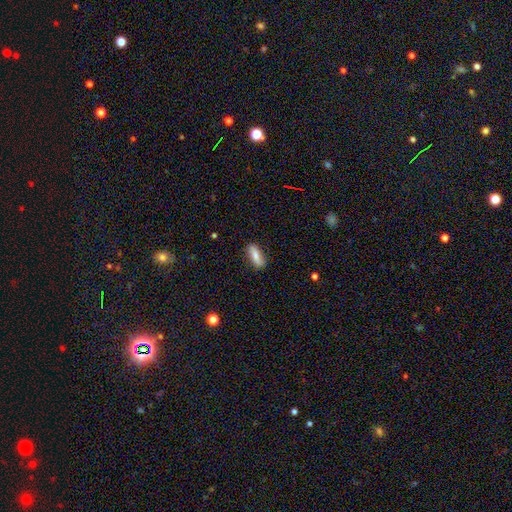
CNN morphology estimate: smooth 70%, featured or disk 24%, star or artifact 7%. Down the decision tree: how rounded — in between (70%); merging — none (82%).